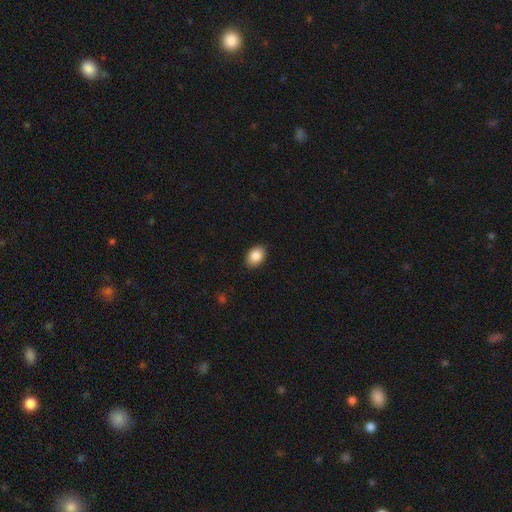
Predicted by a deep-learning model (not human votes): A smooth galaxy with no disk features (88%) that is in between round and cigar-shaped (81%). Merging: none (88%).